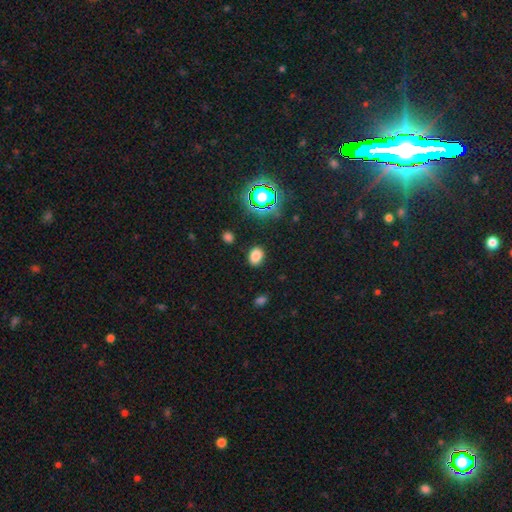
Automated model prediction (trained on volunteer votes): Overall: smooth (78%). How rounded: in between (66%; round 33%). Merging: none (86%).